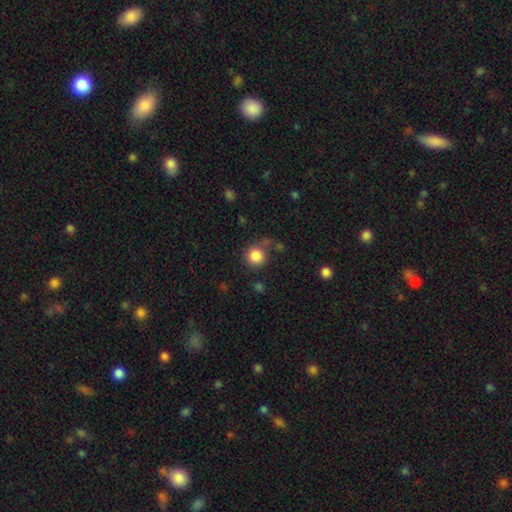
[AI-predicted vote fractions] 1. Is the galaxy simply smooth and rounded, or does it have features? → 85% smooth, 10% star or artifact, 5% featured or disk.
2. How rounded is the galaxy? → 93% round, 6% in between, 1% cigar-shaped.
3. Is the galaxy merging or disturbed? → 73% none, 13% minor disturbance, 7% major disturbance, 6% merger.